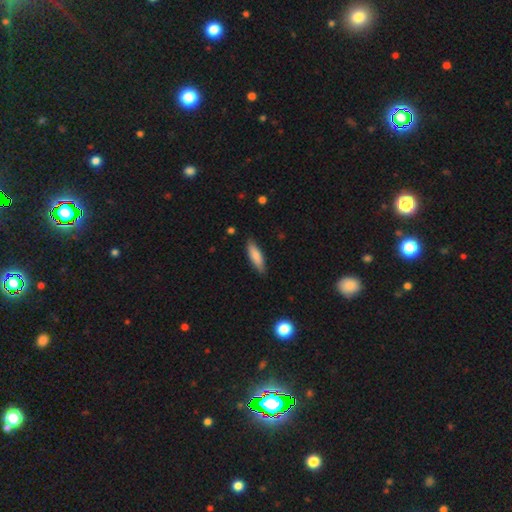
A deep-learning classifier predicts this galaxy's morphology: smooth_or_featured: smooth (p=0.81) [alt: featured or disk p=0.13]
how_rounded: cigar-shaped (p=0.56) [alt: in between p=0.43]
merging: none (p=0.85) [alt: minor disturbance p=0.12]